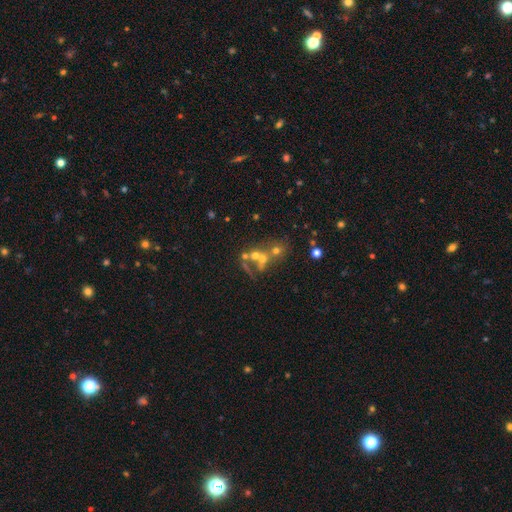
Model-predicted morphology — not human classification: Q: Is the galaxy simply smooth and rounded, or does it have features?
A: smooth — 40%.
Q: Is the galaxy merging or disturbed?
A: merger — 53%.